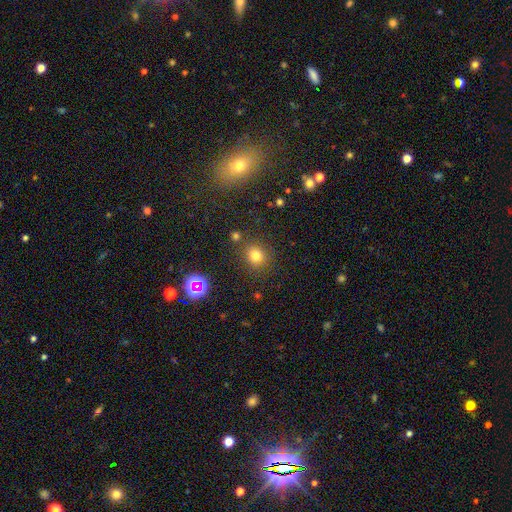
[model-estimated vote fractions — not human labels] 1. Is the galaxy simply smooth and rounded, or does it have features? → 76% smooth, 18% star or artifact, 7% featured or disk.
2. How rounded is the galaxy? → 81% round, 17% in between, 1% cigar-shaped.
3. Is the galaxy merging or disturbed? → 82% none, 9% minor disturbance, 5% merger, 4% major disturbance.